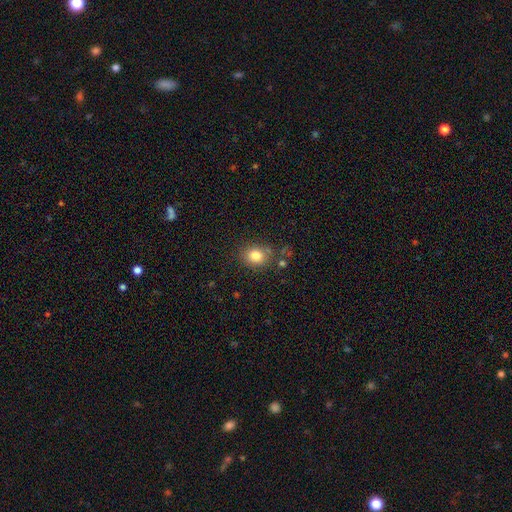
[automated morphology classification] Smooth or featured: smooth — 82% (star or artifact — 11%)
How rounded: round — 64% (in between — 35%)
Merging: none — 76% (minor disturbance — 14%)